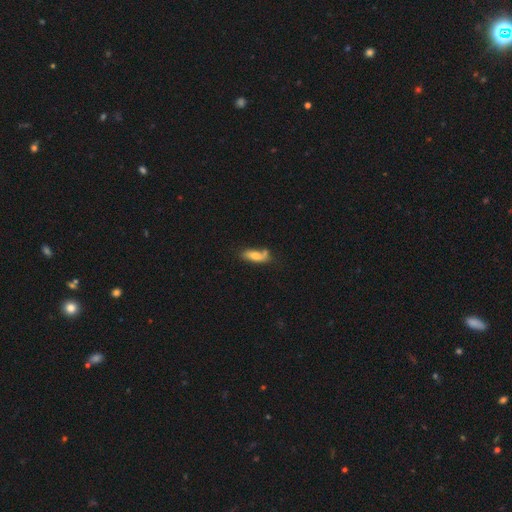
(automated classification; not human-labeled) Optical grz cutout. It shows a smooth galaxy with no disk features (68%) that is in between round and cigar-shaped (66%). Merging: none (49%).